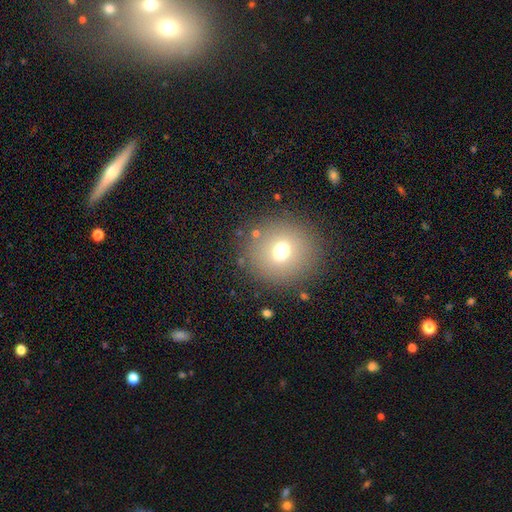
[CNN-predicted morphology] smooth_or_featured: smooth (p=0.68) [alt: featured or disk p=0.16]
how_rounded: round (p=0.87) [alt: in between p=0.12]
merging: none (p=0.87) [alt: minor disturbance p=0.07]